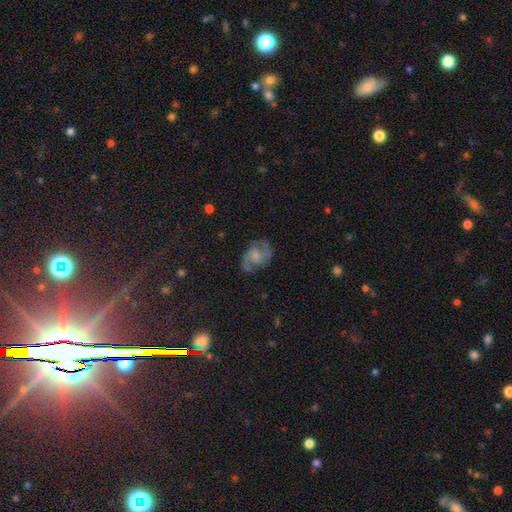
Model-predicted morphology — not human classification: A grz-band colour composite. It shows a featured or disk galaxy (66%) with no bar (60%), 2 (80%) medium (52%) spiral arms (84%) and a small central bulge (44%). Merging: none (69%).